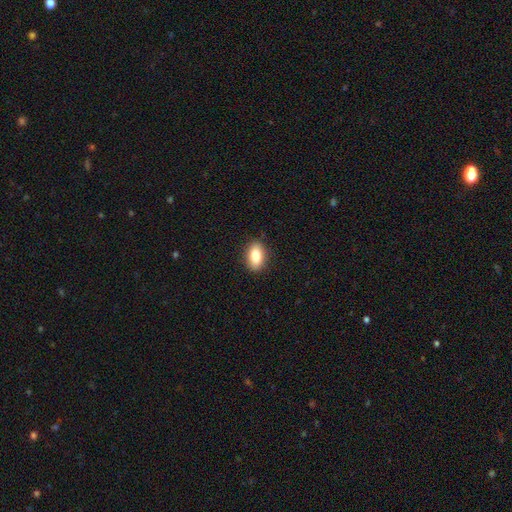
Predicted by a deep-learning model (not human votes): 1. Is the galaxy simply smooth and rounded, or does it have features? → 84% smooth, 9% featured or disk, 7% star or artifact.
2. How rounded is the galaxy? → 88% in between, 8% round, 4% cigar-shaped.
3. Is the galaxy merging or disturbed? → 89% none, 8% minor disturbance, 2% major disturbance, 1% merger.